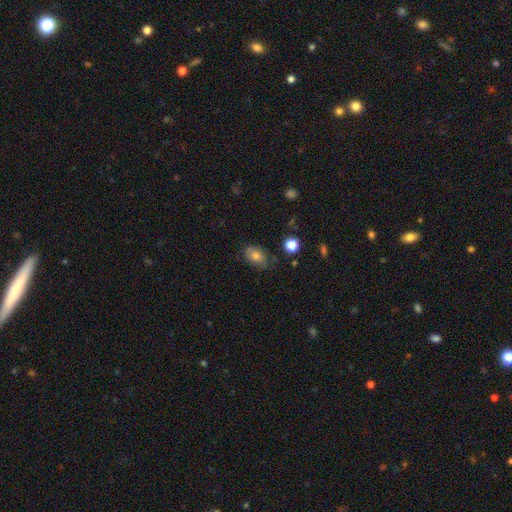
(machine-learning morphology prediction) Smooth or featured? Predicted: smooth (p=0.72). How rounded? Predicted: in between (p=0.83). Merging? Predicted: none (p=0.72).